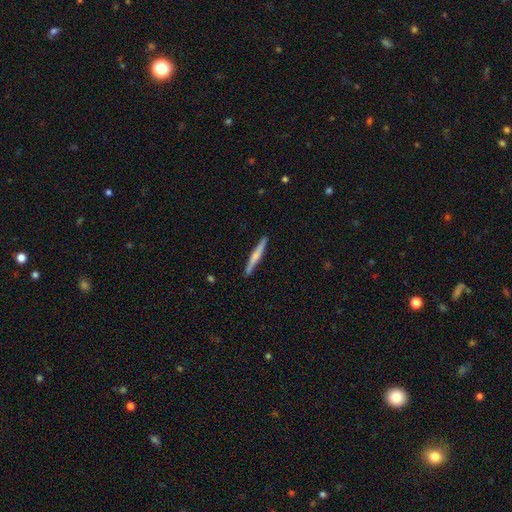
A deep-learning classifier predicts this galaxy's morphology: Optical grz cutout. It shows a smooth galaxy with no disk features (52%) that is cigar-shaped (96%). Merging: none (90%).